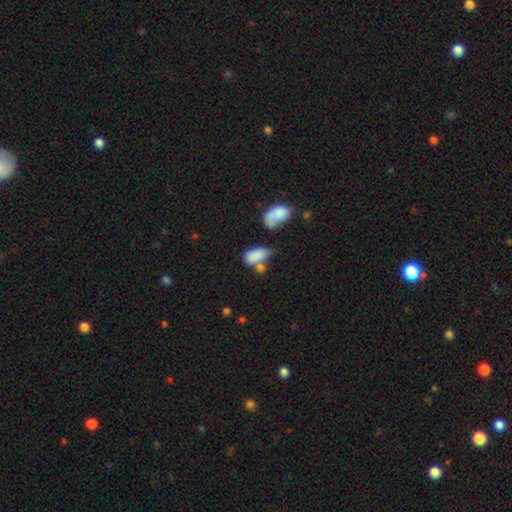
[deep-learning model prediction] Smooth or featured?
  - smooth: 80% *
  - featured or disk: 11%
  - star or artifact: 9%
How rounded?
  - in between: 90% *
  - round: 6%
  - cigar-shaped: 4%
Merging?
  - merger: 35% *
  - none: 31%
  - minor disturbance: 19%
  - major disturbance: 14%